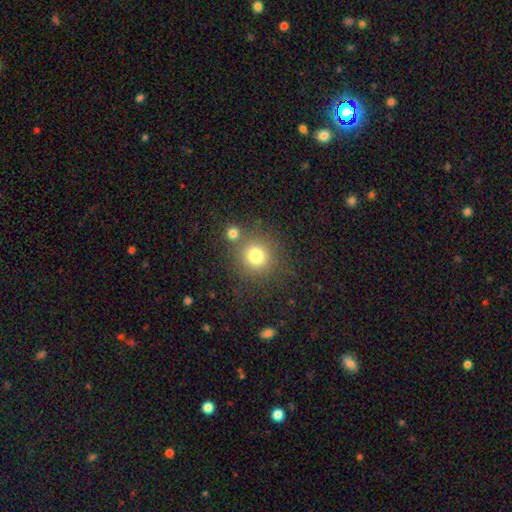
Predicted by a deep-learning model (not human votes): smooth-or-featured: smooth: 77% | star or artifact: 14% | featured or disk: 9%
  how-rounded: round: 91% | in between: 8% | cigar-shaped: 1%
  merging: none: 70% | merger: 17% | minor disturbance: 9% | major disturbance: 4%